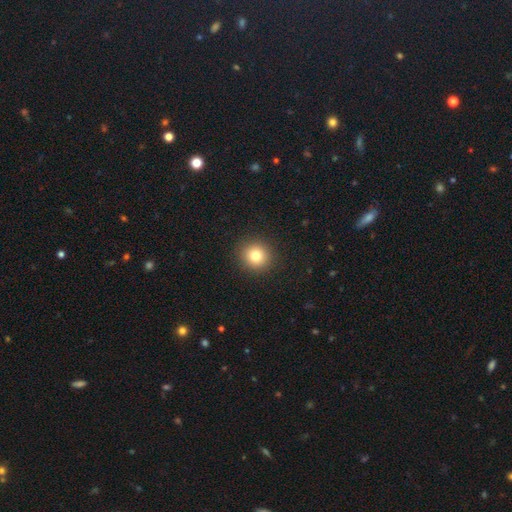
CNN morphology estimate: Smooth or featured: smooth — 80% (star or artifact — 12%)
How rounded: round — 92% (in between — 7%)
Merging: none — 92% (minor disturbance — 5%)